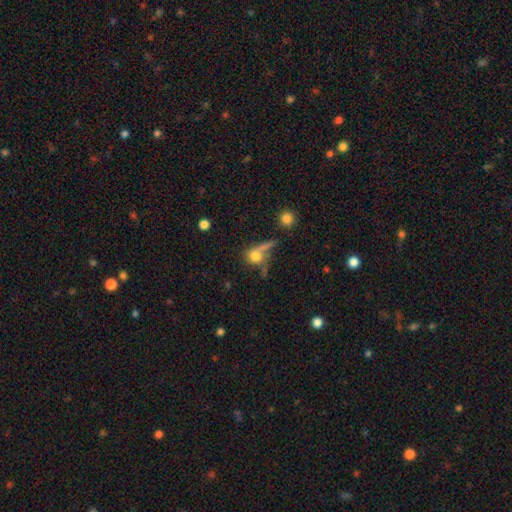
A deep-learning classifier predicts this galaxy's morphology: A smooth galaxy with no disk features (70%) that is round (69%).

Vote fractions:
- Smooth or featured? smooth: 70% / featured or disk: 17% / star or artifact: 13%
- How rounded? round: 69% / in between: 25% / cigar-shaped: 6%
- Merging? none: 42% / merger: 29% / major disturbance: 15% / minor disturbance: 14%